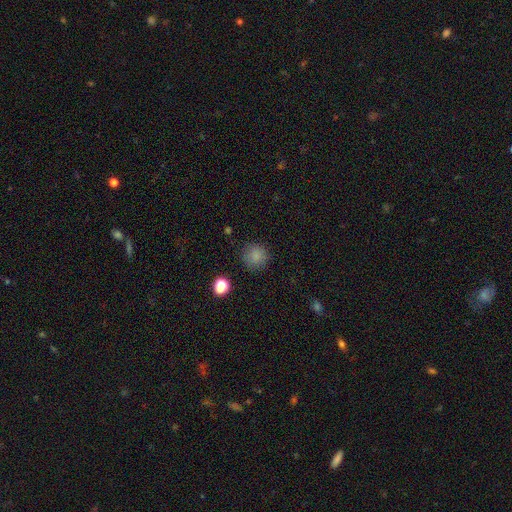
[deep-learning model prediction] This appears to be a smooth galaxy with no disk features (82%) that is round (92%). Merging: none (86%).